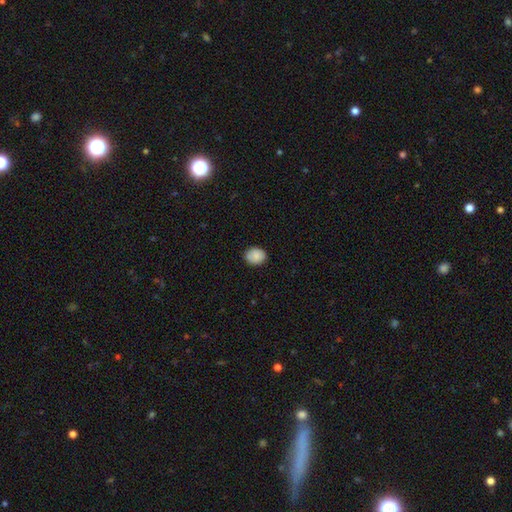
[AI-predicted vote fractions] This appears to be a smooth galaxy with no disk features (84%) that is round (58%). Merging: none (86%).